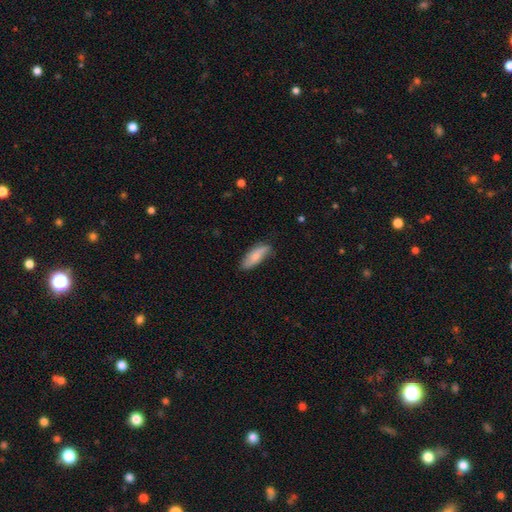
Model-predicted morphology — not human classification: smooth-or-featured: smooth: 71% | featured or disk: 23% | star or artifact: 6%
  how-rounded: in between: 65% | cigar-shaped: 33% | round: 2%
  merging: none: 70% | minor disturbance: 24% | major disturbance: 4% | merger: 2%